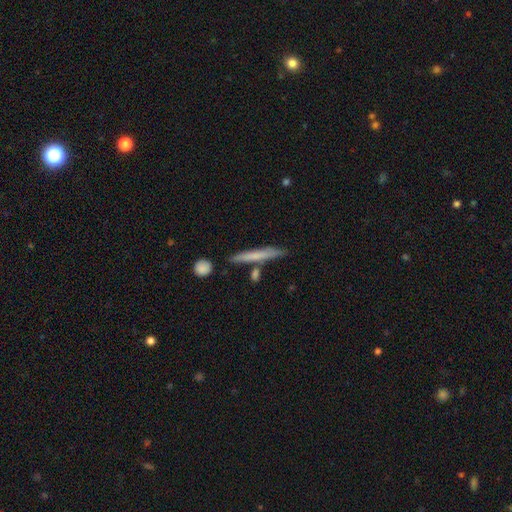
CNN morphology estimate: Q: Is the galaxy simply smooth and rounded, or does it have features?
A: smooth — 61%.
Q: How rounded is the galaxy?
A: cigar-shaped — 94%.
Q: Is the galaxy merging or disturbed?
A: none — 80%.